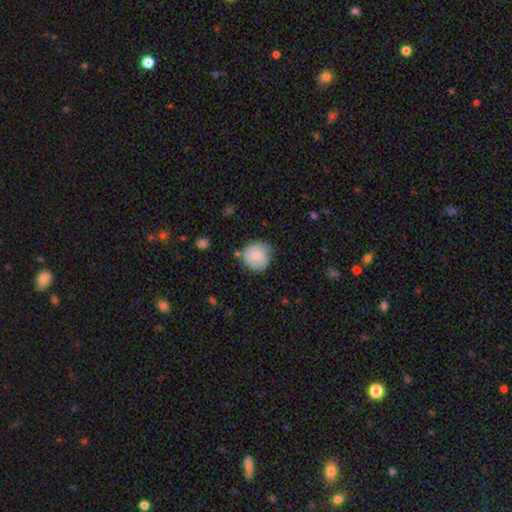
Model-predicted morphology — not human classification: Smooth or featured: smooth — 77% (featured or disk — 16%)
How rounded: round — 91% (in between — 8%)
Merging: none — 64% (minor disturbance — 27%)